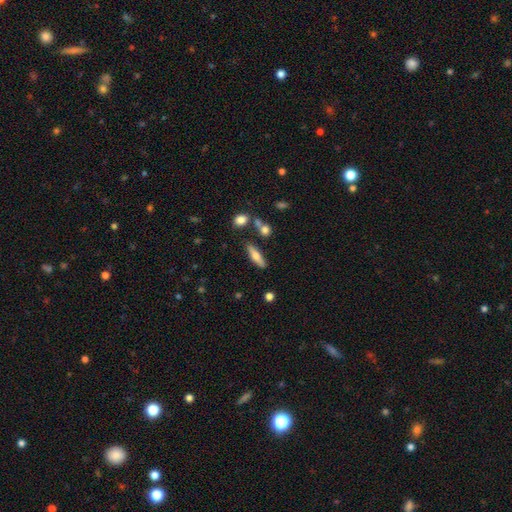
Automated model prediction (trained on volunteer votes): A smooth galaxy with no disk features (59%) that is cigar-shaped (65%). Merging: none (80%).